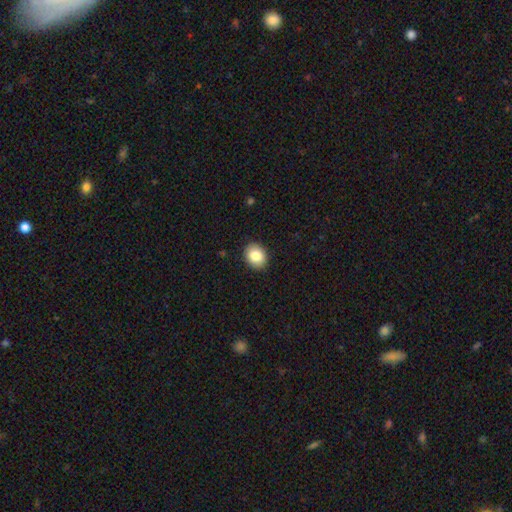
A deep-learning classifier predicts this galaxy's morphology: A smooth galaxy with no disk features (84%) that is in between round and cigar-shaped (54%). Merging: none (90%).